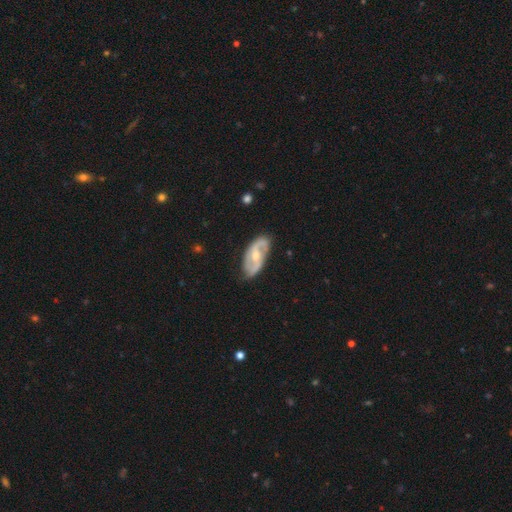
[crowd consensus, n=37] Q: Smooth or featured?
A: featured or disk (81%); runner-up: smooth (19%)
Q: Edge-on disk?
A: no (90%); runner-up: yes (10%)
Q: Bar?
A: weak (56%); runner-up: strong (22%)
Q: Spiral arms?
A: yes (78%); runner-up: no (22%)
Q: Spiral winding?
A: medium (43%); runner-up: loose (38%)
Q: Spiral arm count?
A: 2 (71%); runner-up: 3 (14%)
Q: Bulge size?
A: moderate (70%); runner-up: small (22%)
Q: Merging?
A: none (68%); runner-up: minor disturbance (19%)